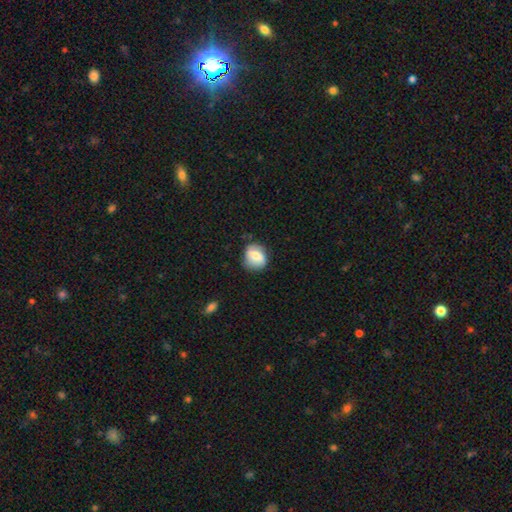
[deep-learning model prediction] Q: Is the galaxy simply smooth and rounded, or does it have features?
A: smooth — 70%.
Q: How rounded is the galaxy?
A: round — 68%.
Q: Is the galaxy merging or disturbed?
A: none — 70%.